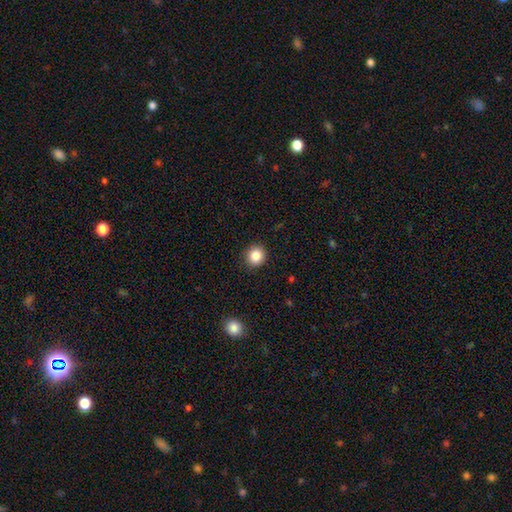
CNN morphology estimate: A smooth galaxy with no disk features (86%) that is round (88%).

Vote fractions:
- Smooth or featured? smooth: 86% / star or artifact: 10% / featured or disk: 4%
- How rounded? round: 88% / in between: 11% / cigar-shaped: 1%
- Merging? none: 91% / minor disturbance: 6% / major disturbance: 2% / merger: 1%